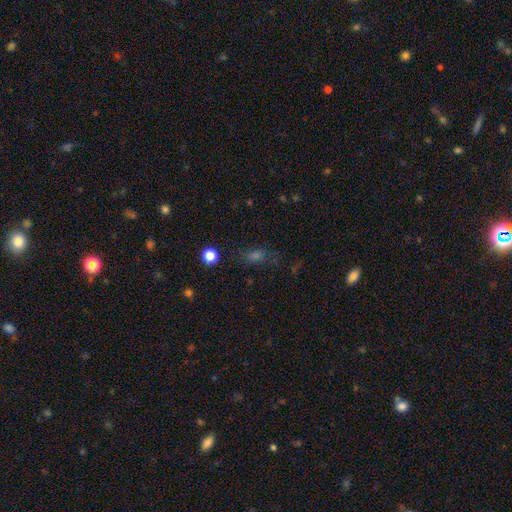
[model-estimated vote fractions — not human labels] A smooth galaxy with no disk features (54%) that is in between round and cigar-shaped (67%). Merging: none (64%).